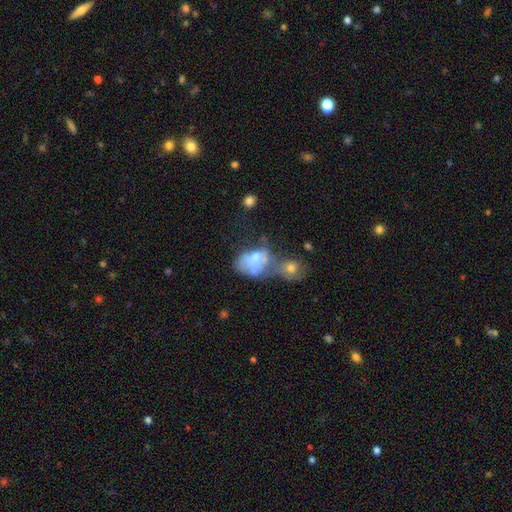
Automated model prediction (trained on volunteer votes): smooth 57%, featured or disk 32%, star or artifact 10%. Down the decision tree: how rounded — in between (74%); merging — merger (50%).